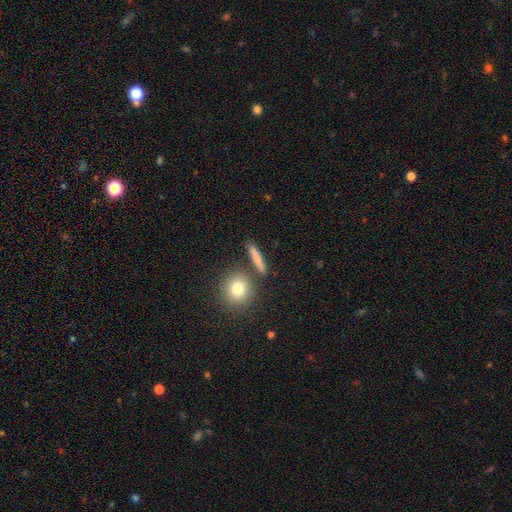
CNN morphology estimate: Smooth or featured?
  - smooth: 76% *
  - featured or disk: 15%
  - star or artifact: 9%
How rounded?
  - cigar-shaped: 67% *
  - round: 17%
  - in between: 16%
Merging?
  - none: 81% *
  - minor disturbance: 8%
  - merger: 7%
  - major disturbance: 3%